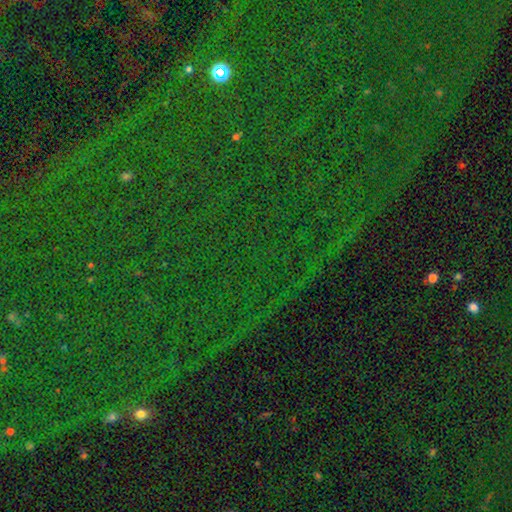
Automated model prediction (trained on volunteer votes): smooth_or_featured: star or artifact (p=0.85) [alt: smooth p=0.08]